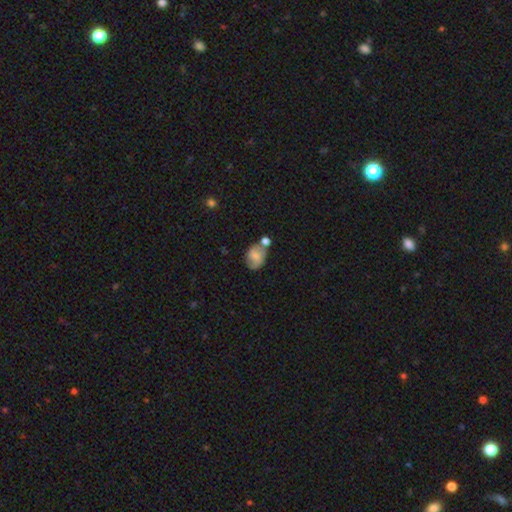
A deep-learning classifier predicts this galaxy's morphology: Smooth or featured? smooth (56%)
How rounded? in between (70%)
Merging? none (47%)